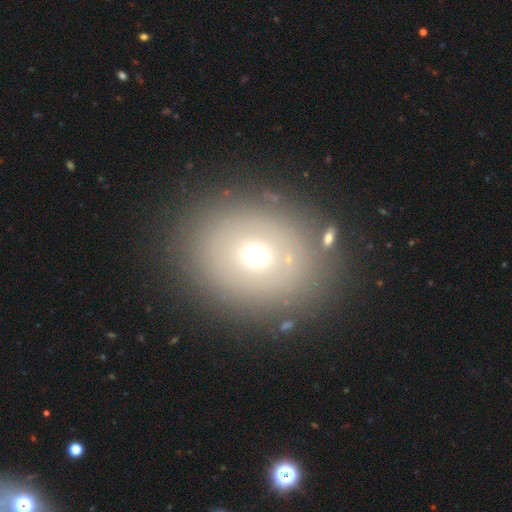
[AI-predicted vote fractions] smooth-or-featured: smooth: 65% | featured or disk: 19% | star or artifact: 17%
  how-rounded: round: 56% | in between: 42% | cigar-shaped: 1%
  merging: none: 82% | minor disturbance: 9% | major disturbance: 5% | merger: 4%